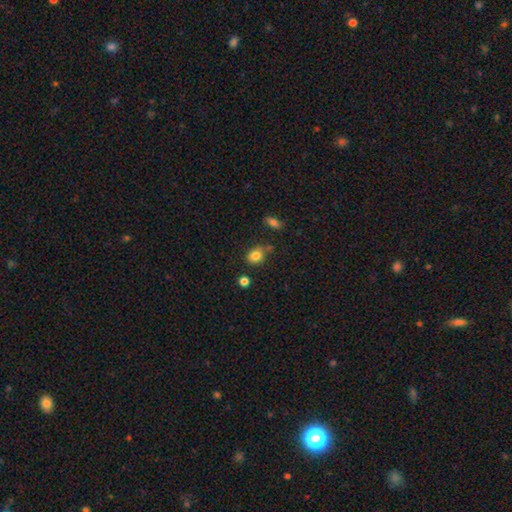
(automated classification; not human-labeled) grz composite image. It shows a smooth galaxy with no disk features (82%) that is round (51%). Merging: none (61%).